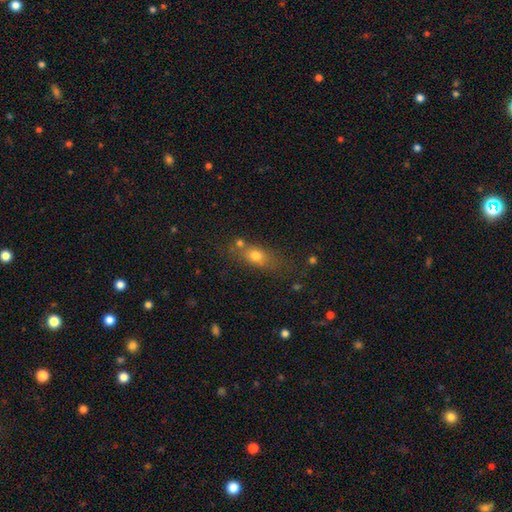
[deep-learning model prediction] A smooth galaxy with no disk features (70%) that is in between round and cigar-shaped (59%). Merging: none (55%).